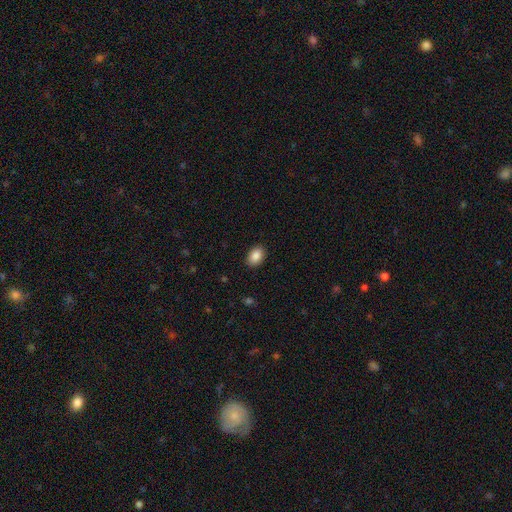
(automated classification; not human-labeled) smooth_or_featured: smooth (p=0.88) [alt: star or artifact p=0.08]
how_rounded: in between (p=0.84) [alt: round p=0.15]
merging: none (p=0.89) [alt: minor disturbance p=0.08]